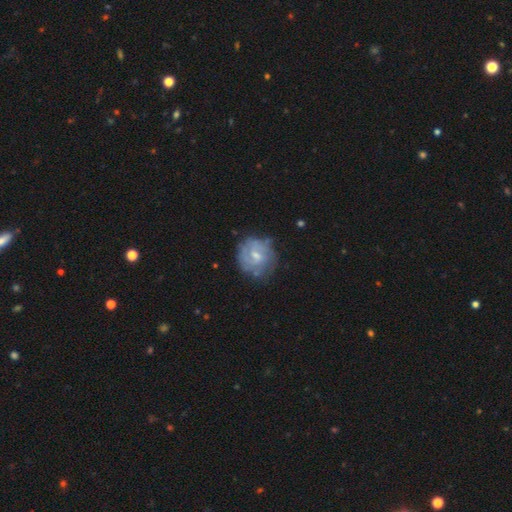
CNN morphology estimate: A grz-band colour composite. It shows a featured or disk galaxy (69%) with a weak bar (61%), 2 (42%) tight (57%) spiral arms (82%) and a small central bulge (47%). Merging: none (67%).